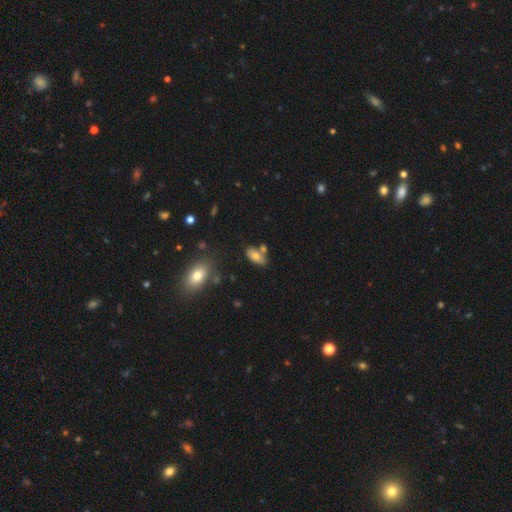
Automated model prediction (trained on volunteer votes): Smooth or featured: smooth — 76% (featured or disk — 15%)
How rounded: in between — 88% (cigar-shaped — 8%)
Merging: none — 61% (merger — 17%)